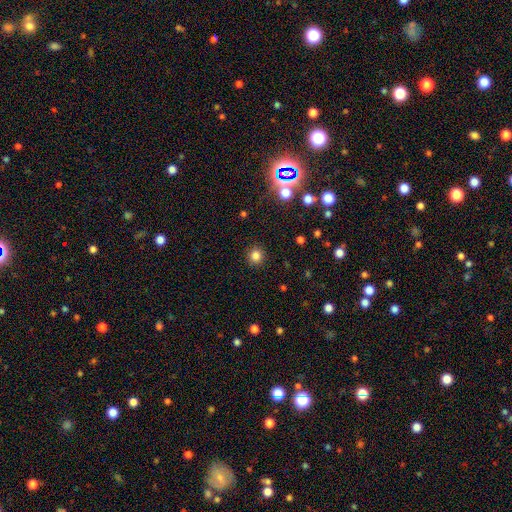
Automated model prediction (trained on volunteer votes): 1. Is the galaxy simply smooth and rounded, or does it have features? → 81% smooth, 14% star or artifact, 5% featured or disk.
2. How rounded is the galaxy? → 93% round, 6% in between, 1% cigar-shaped.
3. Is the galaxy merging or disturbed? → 91% none, 6% minor disturbance, 2% major disturbance, 1% merger.